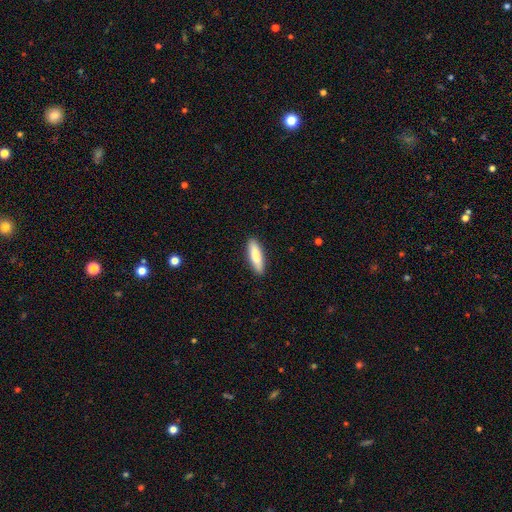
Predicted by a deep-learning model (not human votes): Smooth or featured?
  - smooth: 82% *
  - featured or disk: 13%
  - star or artifact: 5%
How rounded?
  - cigar-shaped: 65% *
  - in between: 34%
  - round: 2%
Merging?
  - none: 90% *
  - minor disturbance: 8%
  - major disturbance: 2%
  - merger: 1%